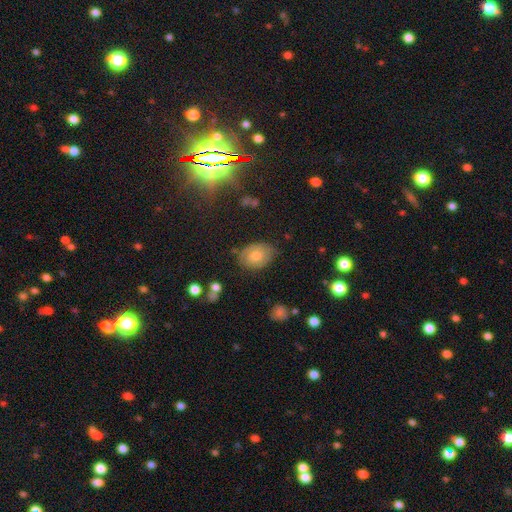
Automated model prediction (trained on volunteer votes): Morphology: type=smooth (52%); roundness=in between (77%); merging=none (72%).